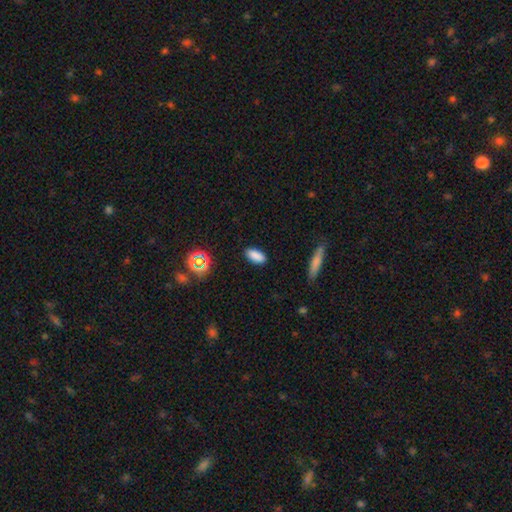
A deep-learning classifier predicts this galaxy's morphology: Smooth or featured? Predicted: smooth (p=0.85). How rounded? Predicted: in between (p=0.86). Merging? Predicted: none (p=0.89).